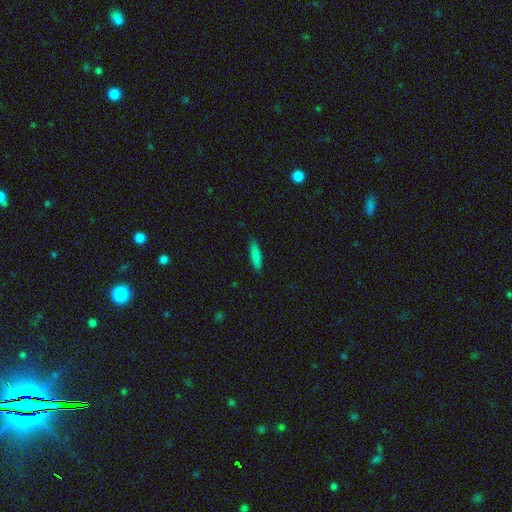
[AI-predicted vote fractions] A smooth galaxy with no disk features (81%) that is cigar-shaped (83%).

Vote fractions:
- Smooth or featured? smooth: 81% / featured or disk: 12% / star or artifact: 7%
- How rounded? cigar-shaped: 83% / in between: 16% / round: 2%
- Merging? none: 88% / minor disturbance: 9% / major disturbance: 2% / merger: 1%